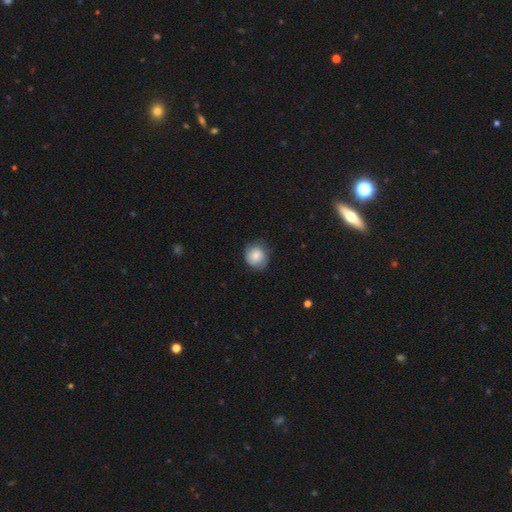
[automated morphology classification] Smooth or featured: smooth — 78% (featured or disk — 15%)
How rounded: round — 83% (in between — 16%)
Merging: none — 76% (minor disturbance — 19%)